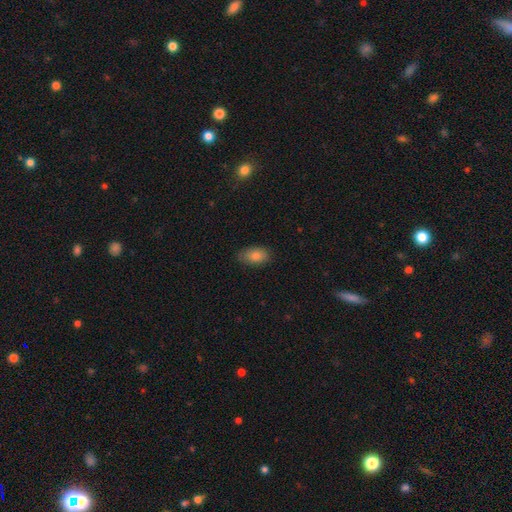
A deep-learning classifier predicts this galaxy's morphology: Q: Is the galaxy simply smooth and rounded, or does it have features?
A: smooth — 82%.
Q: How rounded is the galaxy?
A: in between — 92%.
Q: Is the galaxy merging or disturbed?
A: none — 81%.